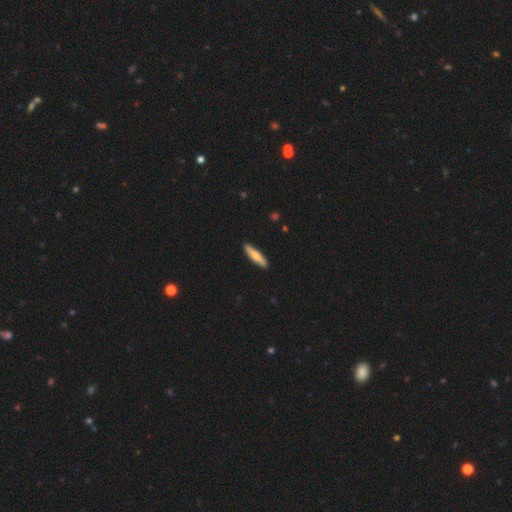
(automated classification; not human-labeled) A smooth galaxy with no disk features (64%) that is cigar-shaped (84%). Merging: none (91%).